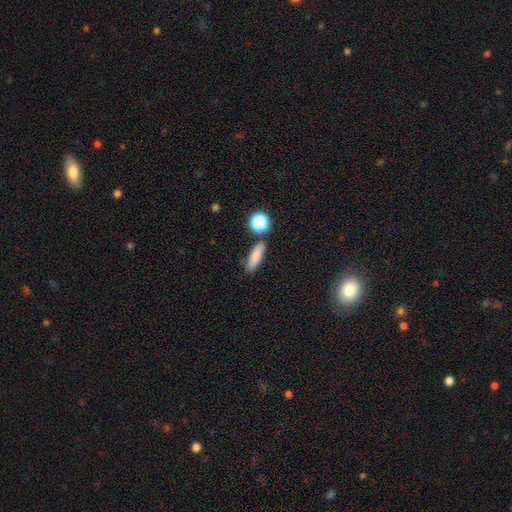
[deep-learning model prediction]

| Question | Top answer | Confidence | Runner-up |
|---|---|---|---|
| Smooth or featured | smooth | 81% | star or artifact (10%) |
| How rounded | cigar-shaped | 48% | in between (45%) |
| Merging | none | 78% | minor disturbance (11%) |